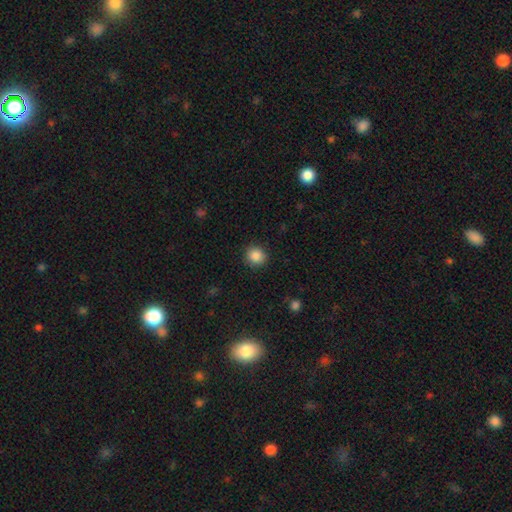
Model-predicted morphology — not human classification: A smooth galaxy with no disk features (87%) that is round (89%). Merging: none (91%).